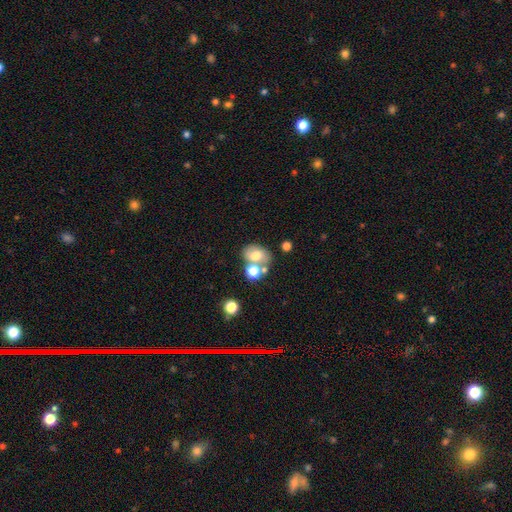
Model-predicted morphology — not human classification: A smooth galaxy with no disk features (65%) that is in between round and cigar-shaped (64%). Merging: none (46%).